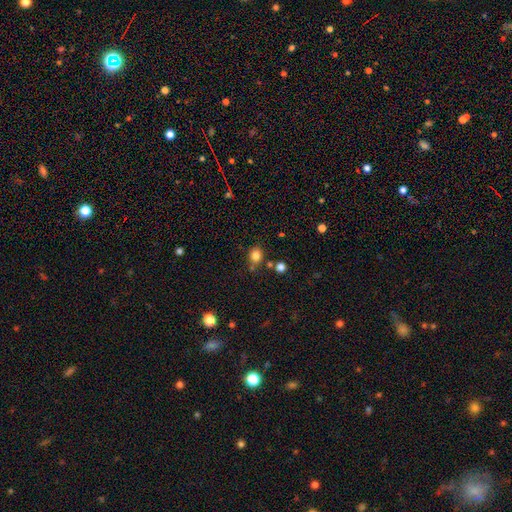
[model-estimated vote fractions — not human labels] This is clearly a smooth galaxy (82%). How rounded: possibly round (58%). Merging: likely none (72%).